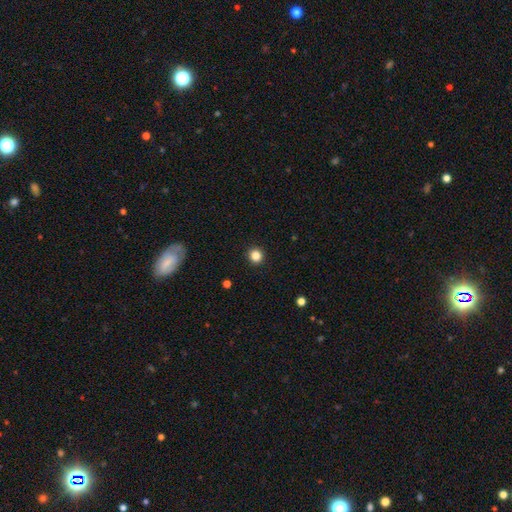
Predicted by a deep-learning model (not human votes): A smooth galaxy with no disk features (84%) that is round (94%). Merging: none (93%).